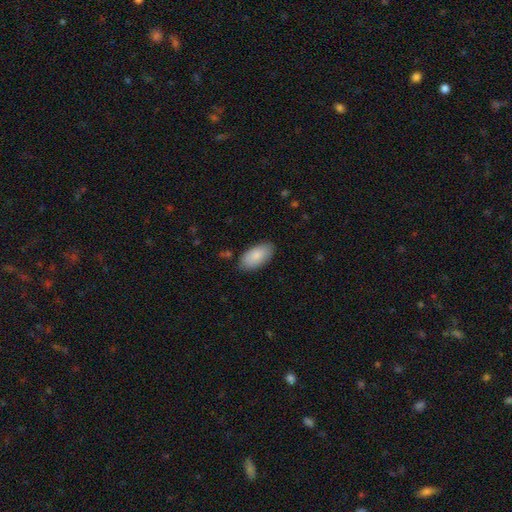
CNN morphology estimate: This is clearly a smooth galaxy (87%). How rounded: clearly in between (95%). Merging: clearly none (85%).